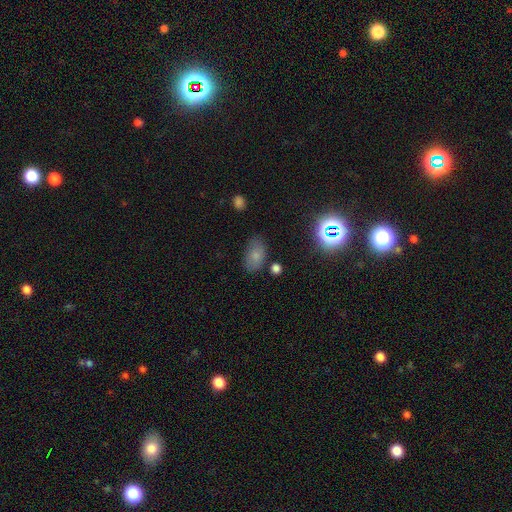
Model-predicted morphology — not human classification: Overall: smooth (74%). How rounded: in between (90%). Merging: none (73%).